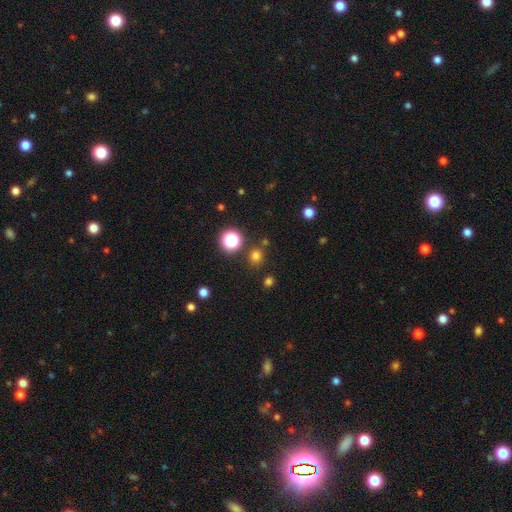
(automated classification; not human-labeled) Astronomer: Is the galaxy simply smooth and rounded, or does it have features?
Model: smooth — 73%.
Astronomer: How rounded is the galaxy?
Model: round — 86%.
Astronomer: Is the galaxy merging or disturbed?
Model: none — 84%.